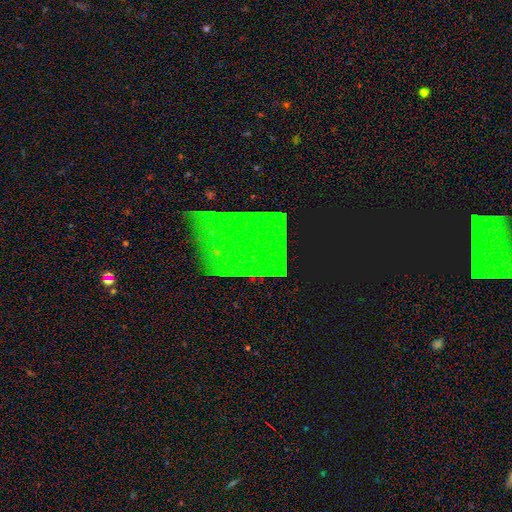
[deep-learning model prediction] Q: Smooth or featured?
A: star or artifact (57%); runner-up: smooth (24%)